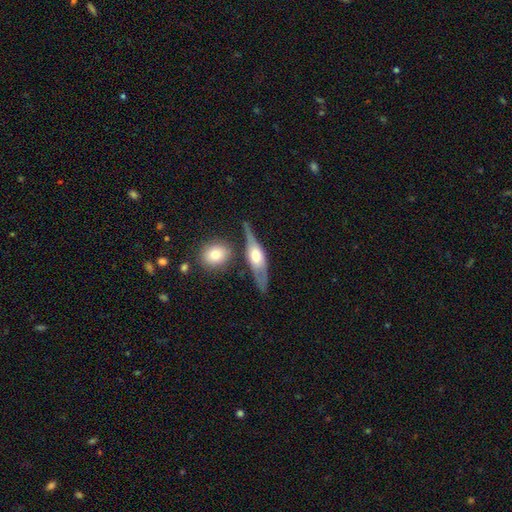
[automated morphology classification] Q: Smooth or featured?
A: featured or disk (68%); runner-up: smooth (27%)
Q: Edge-on disk?
A: yes (85%); runner-up: no (15%)
Q: Edge-on bulge?
A: rounded (84%); runner-up: boxy (12%)
Q: Merging?
A: none (66%); runner-up: minor disturbance (18%)